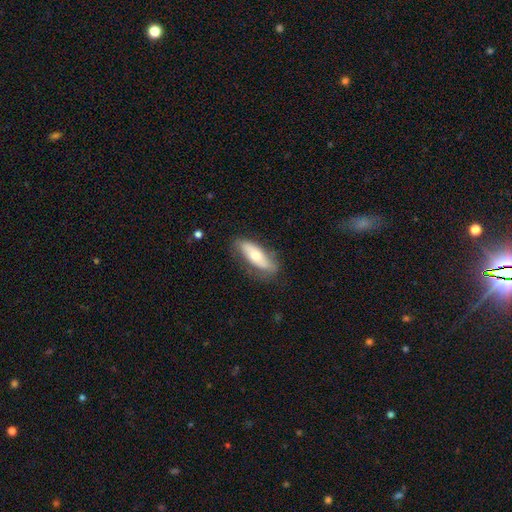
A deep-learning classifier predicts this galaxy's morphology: Smooth or featured: smooth — 55% (featured or disk — 39%)
How rounded: in between — 65% (cigar-shaped — 32%)
Merging: none — 72% (minor disturbance — 20%)